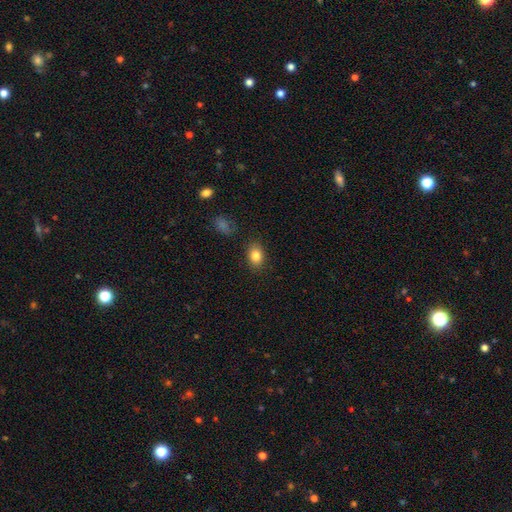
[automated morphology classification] smooth-or-featured: smooth: 84% | star or artifact: 9% | featured or disk: 7%
  how-rounded: in between: 76% | round: 23% | cigar-shaped: 1%
  merging: none: 85% | minor disturbance: 11% | major disturbance: 3% | merger: 2%